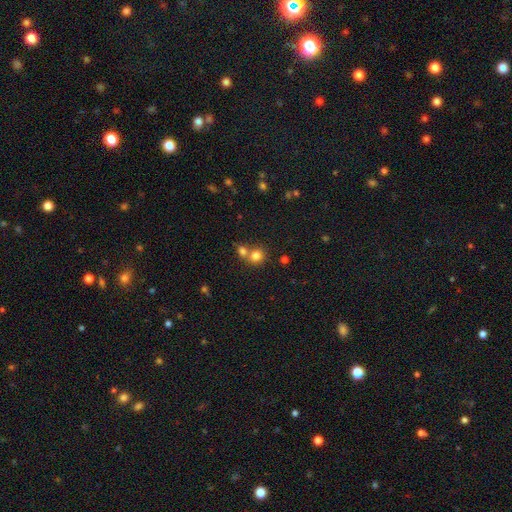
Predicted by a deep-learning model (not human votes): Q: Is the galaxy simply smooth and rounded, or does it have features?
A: smooth — 79%.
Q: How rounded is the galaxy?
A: round — 84%.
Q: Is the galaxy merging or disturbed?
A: none — 47%.